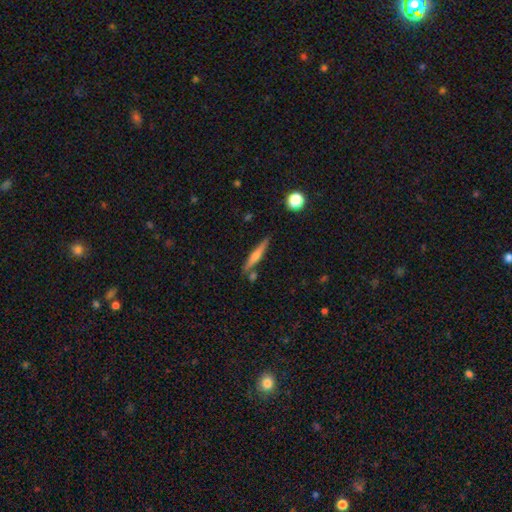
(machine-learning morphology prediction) A featured or disk galaxy (53%) viewed edge-on (96%) with a rounded central bulge (73%). Merging: none (81%).